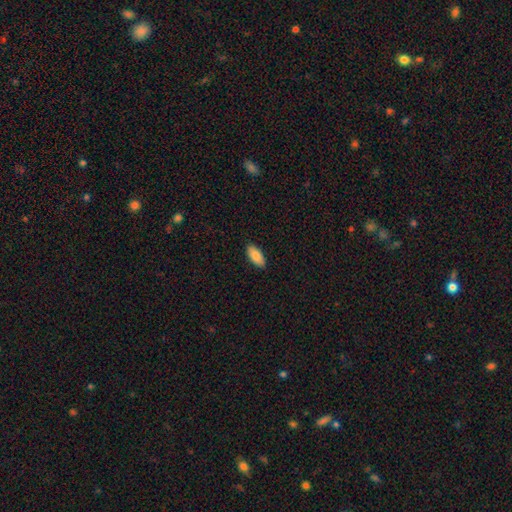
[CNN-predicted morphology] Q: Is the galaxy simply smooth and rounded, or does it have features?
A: smooth — 88%.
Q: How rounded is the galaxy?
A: in between — 89%.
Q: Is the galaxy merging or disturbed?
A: none — 89%.